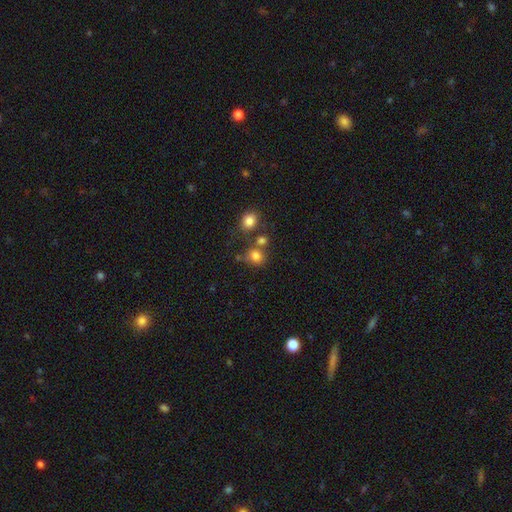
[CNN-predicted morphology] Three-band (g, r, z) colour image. It shows a smooth galaxy with no disk features (79%) that is round (75%). Merging: none (60%).